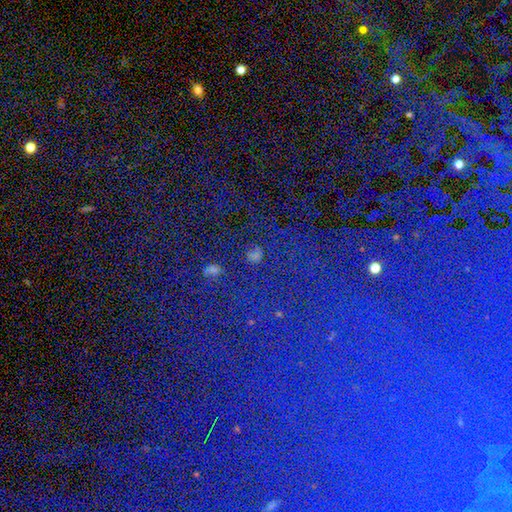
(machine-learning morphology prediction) smooth-or-featured: star or artifact: 52% | smooth: 40% | featured or disk: 8%